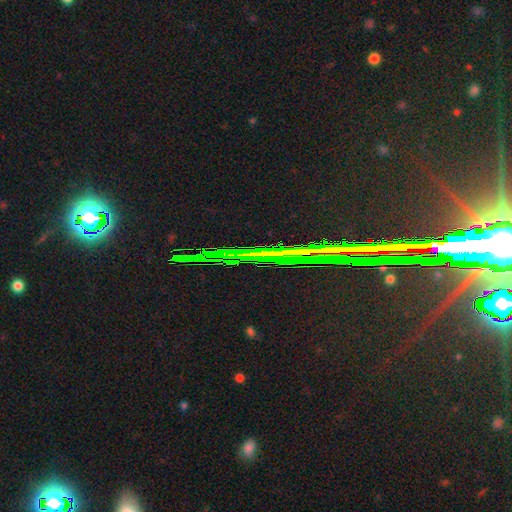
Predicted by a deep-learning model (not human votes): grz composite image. It shows a star or artifact, not a galaxy (79%).